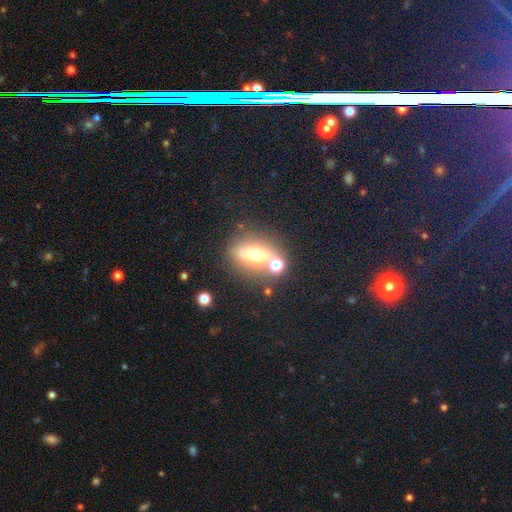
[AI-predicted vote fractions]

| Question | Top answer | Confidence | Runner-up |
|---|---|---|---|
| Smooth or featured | smooth | 58% | featured or disk (26%) |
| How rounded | in between | 60% | round (34%) |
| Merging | none | 59% | merger (21%) |